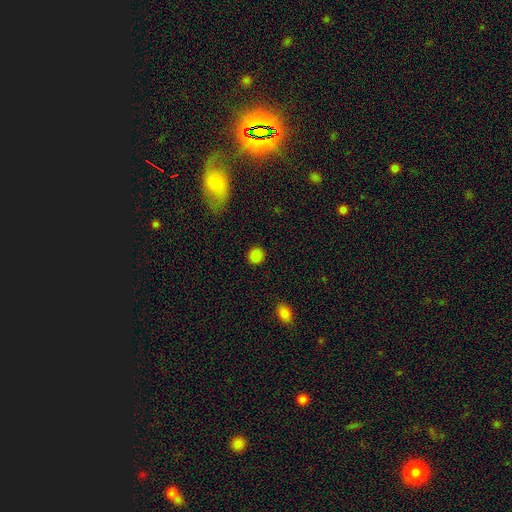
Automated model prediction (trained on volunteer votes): Overall: smooth (84%). How rounded: round (88%). Merging: none (88%).